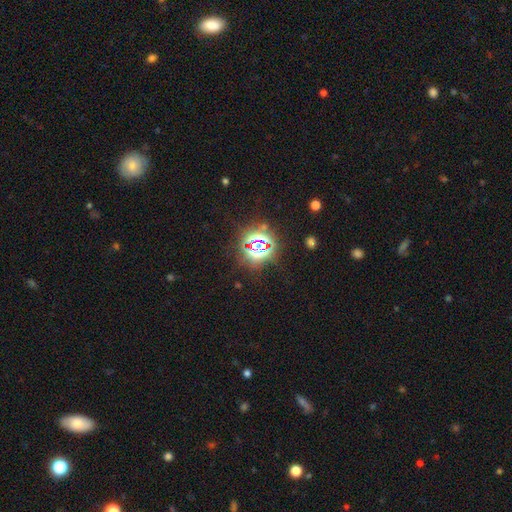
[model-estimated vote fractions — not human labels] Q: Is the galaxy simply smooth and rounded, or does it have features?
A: star or artifact — 81%.